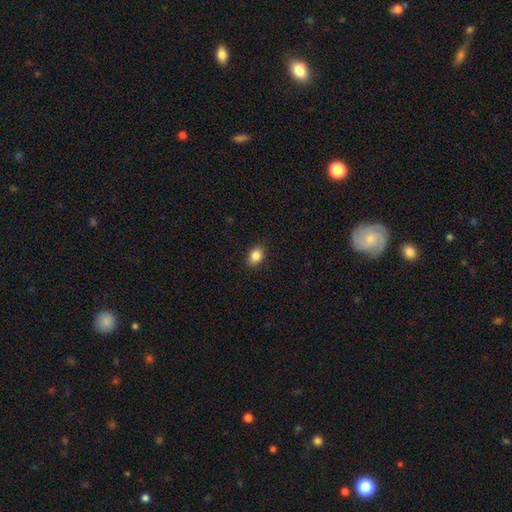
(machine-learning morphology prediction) Smooth or featured? smooth (86%)
How rounded? in between (64%)
Merging? none (88%)